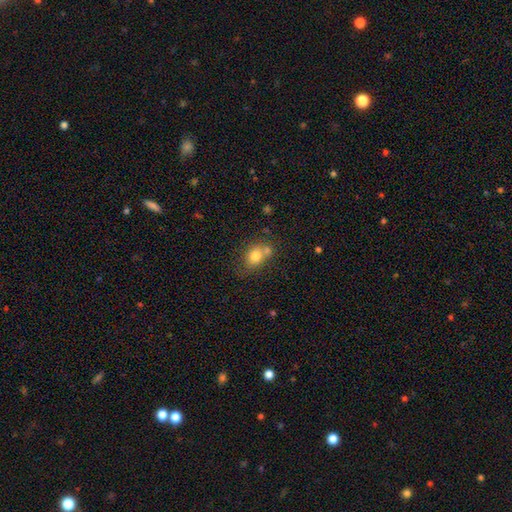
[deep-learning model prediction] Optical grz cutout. It shows a smooth galaxy with no disk features (77%) that is in between round and cigar-shaped (51%). Merging: none (47%).